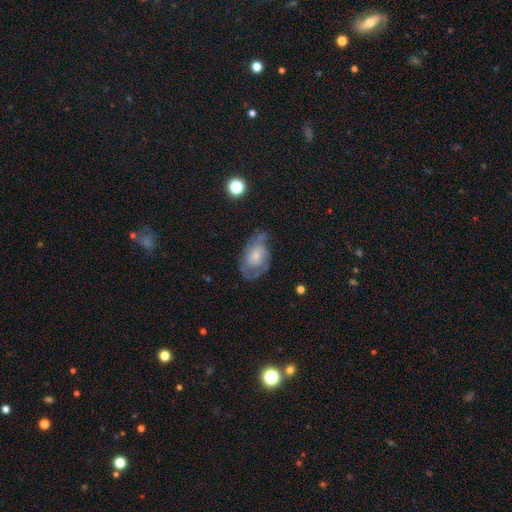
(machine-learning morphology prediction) smooth_or_featured: featured or disk (p=0.64) [alt: smooth p=0.28]
disk_edge_on: no (p=0.96) [alt: yes p=0.04]
bar: no (p=0.75) [alt: weak p=0.22]
has_spiral_arms: yes (p=0.77) [alt: no p=0.23]
bulge_size: small (p=0.45) [alt: moderate p=0.39]
merging: none (p=0.49) [alt: minor disturbance p=0.28]